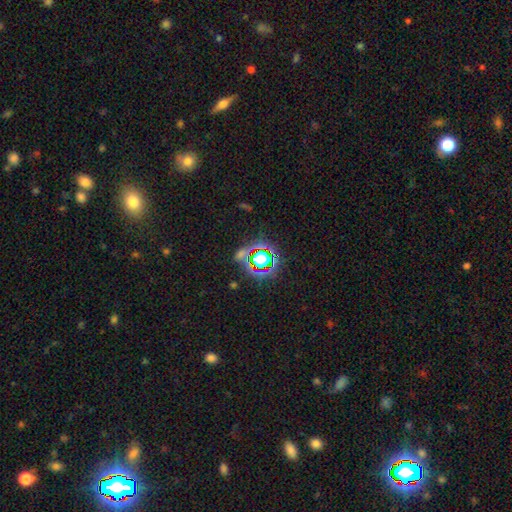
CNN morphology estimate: smooth-or-featured: star or artifact: 76% | smooth: 15% | featured or disk: 9%